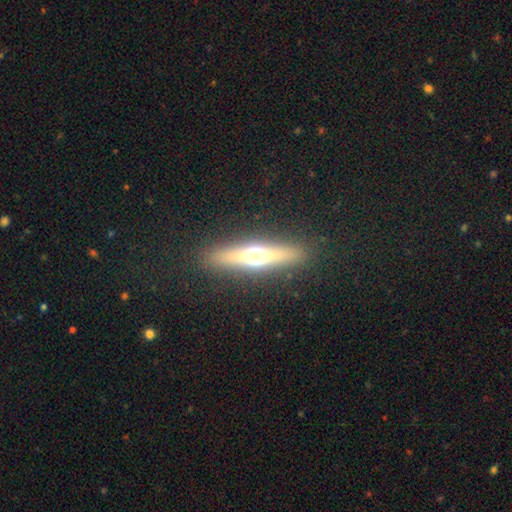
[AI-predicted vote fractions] The model was most divided on "smooth or featured": featured or disk: 54%, smooth: 35%, star or artifact: 11%. More confident: edge-on disk — yes (89%); merging — none (88%).